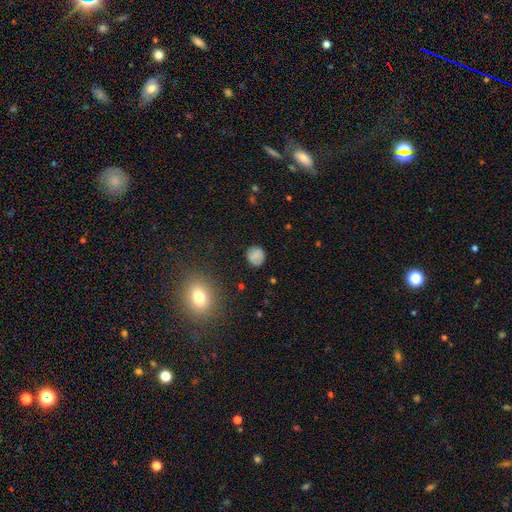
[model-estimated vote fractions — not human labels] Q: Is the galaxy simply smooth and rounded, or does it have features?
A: smooth — 80%.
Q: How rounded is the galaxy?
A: round — 83%.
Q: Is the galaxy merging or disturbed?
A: none — 82%.